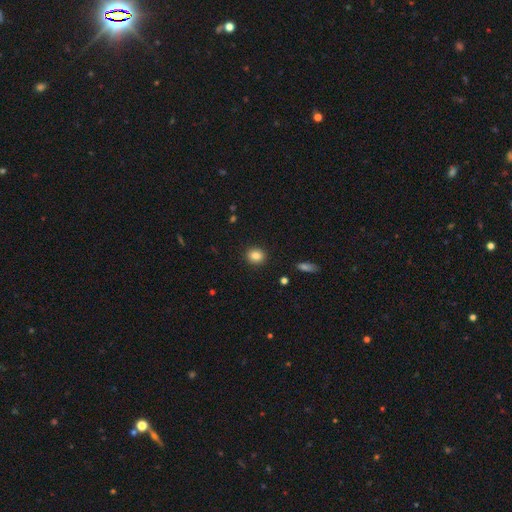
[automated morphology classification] Smooth or featured? smooth (84%)
How rounded? round (77%)
Merging? none (91%)